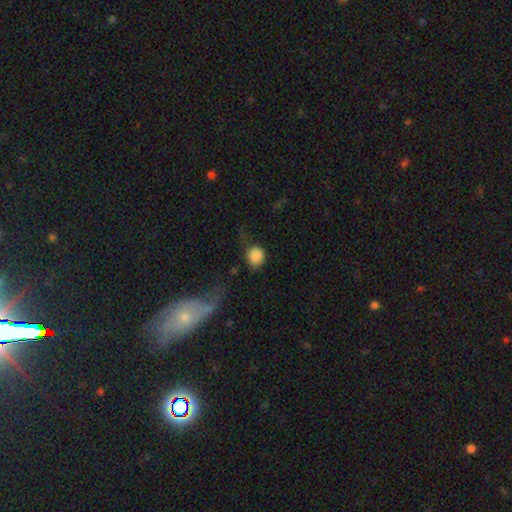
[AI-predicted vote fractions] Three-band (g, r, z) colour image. It shows a smooth galaxy with no disk features (82%) that is round (76%). Merging: none (50%).